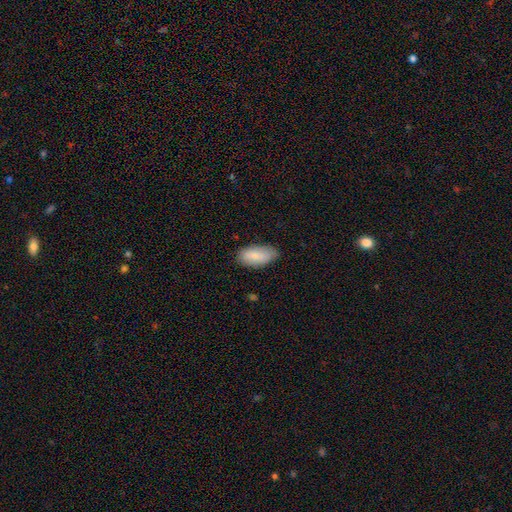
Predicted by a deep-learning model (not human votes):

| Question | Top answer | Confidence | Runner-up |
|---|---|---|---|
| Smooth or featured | smooth | 82% | featured or disk (11%) |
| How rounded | in between | 91% | cigar-shaped (7%) |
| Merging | none | 78% | minor disturbance (18%) |